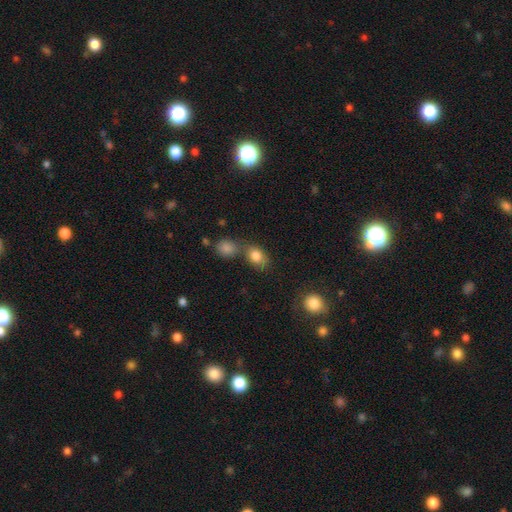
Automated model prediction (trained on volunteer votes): This appears to be a smooth galaxy with no disk features (82%) that is in between round and cigar-shaped (69%). Merging: none (49%).